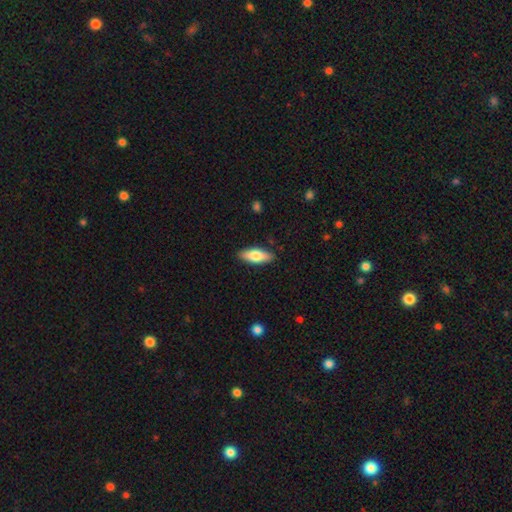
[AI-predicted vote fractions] Smooth or featured? smooth (72%)
How rounded? in between (68%)
Merging? none (88%)